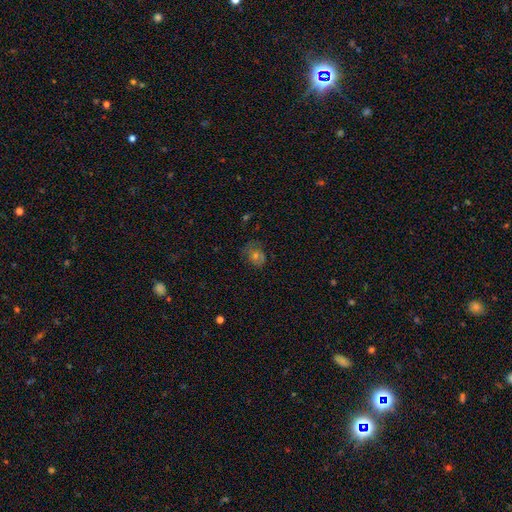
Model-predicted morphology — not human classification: Smooth or featured? Predicted: smooth (p=0.46). Merging? Predicted: none (p=0.68).